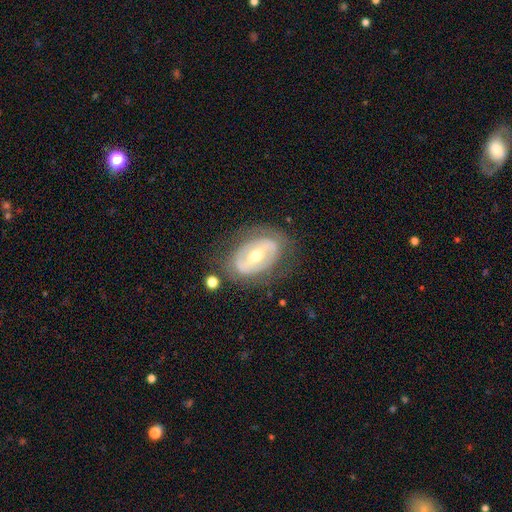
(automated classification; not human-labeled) A featured or disk galaxy (74%) with a strong bar (51%), no spiral arms (59%) and a moderate central bulge (62%). Merging: none (73%).